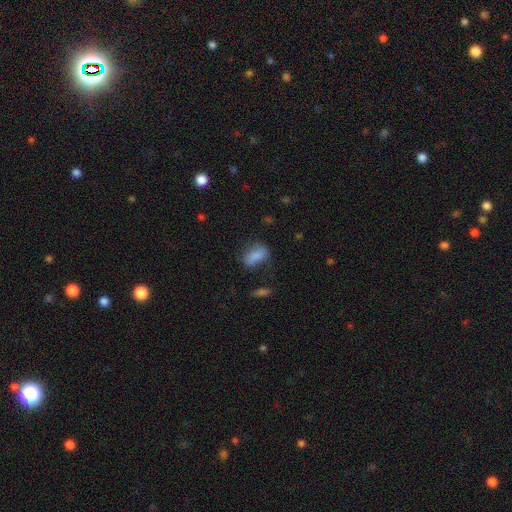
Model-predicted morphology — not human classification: A smooth galaxy with no disk features (82%) that is in between round and cigar-shaped (85%). Merging: none (60%).